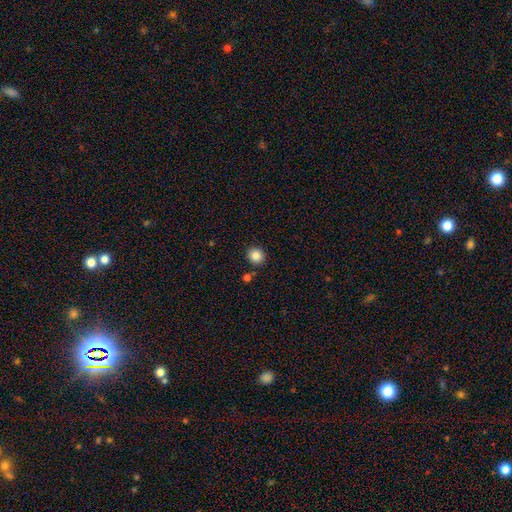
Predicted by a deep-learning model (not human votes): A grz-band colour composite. It shows a smooth galaxy with no disk features (86%) that is round (84%). Merging: none (86%).